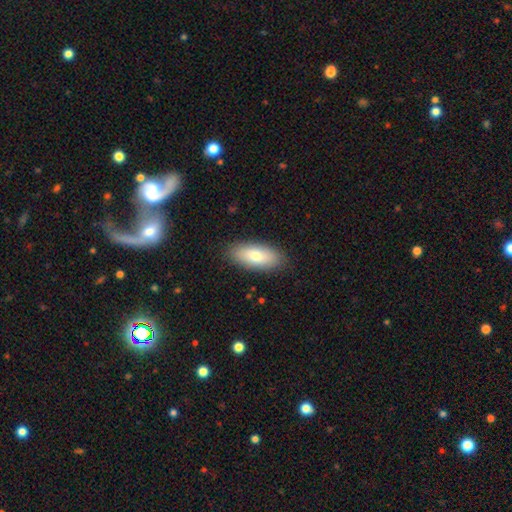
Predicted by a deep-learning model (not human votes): Smooth or featured?
  - smooth: 74% *
  - featured or disk: 19%
  - star or artifact: 7%
How rounded?
  - in between: 86% *
  - cigar-shaped: 12%
  - round: 3%
Merging?
  - none: 88% *
  - minor disturbance: 9%
  - major disturbance: 2%
  - merger: 1%